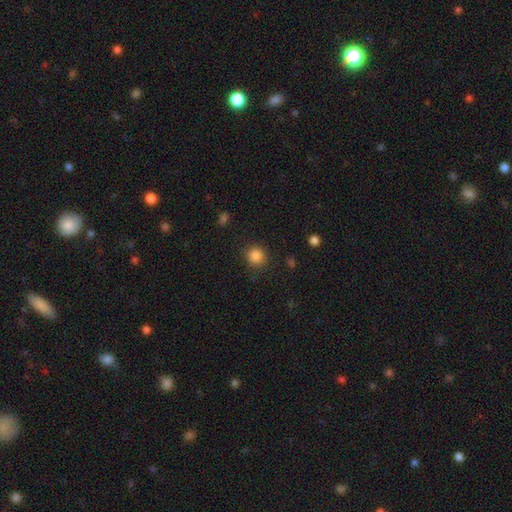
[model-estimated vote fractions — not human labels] This appears to be a smooth galaxy with no disk features (86%) that is round (90%). Merging: none (87%).